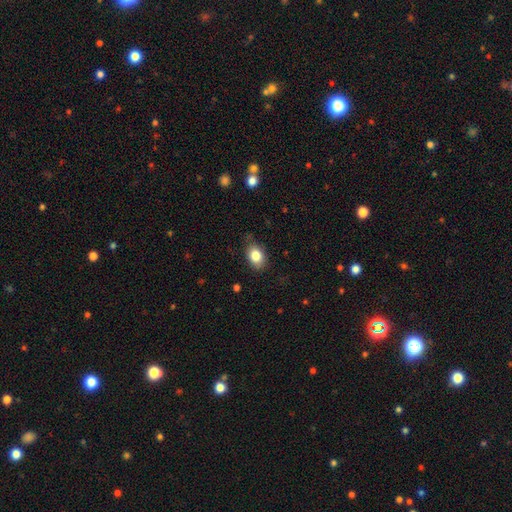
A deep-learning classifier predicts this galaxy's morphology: Smooth or featured? smooth (84%)
How rounded? in between (79%)
Merging? none (75%)